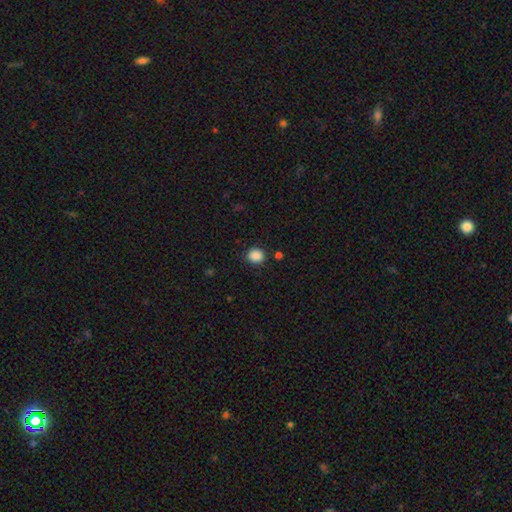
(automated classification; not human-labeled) This is clearly a smooth galaxy (87%). How rounded: likely round (76%). Merging: clearly none (85%).